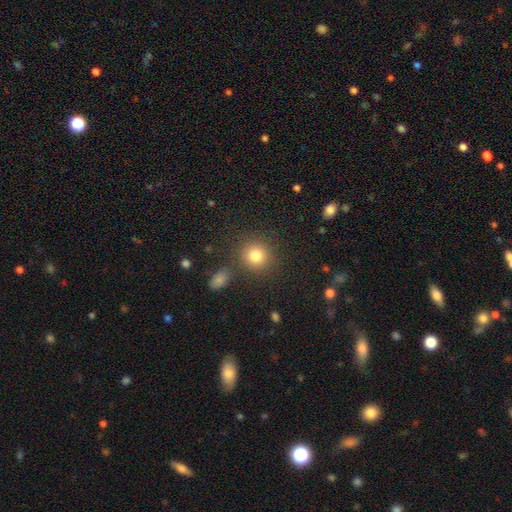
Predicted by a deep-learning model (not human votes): A smooth galaxy with no disk features (82%) that is round (90%).

Vote fractions:
- Smooth or featured? smooth: 82% / star or artifact: 12% / featured or disk: 7%
- How rounded? round: 90% / in between: 9% / cigar-shaped: 1%
- Merging? none: 82% / minor disturbance: 8% / merger: 6% / major disturbance: 4%